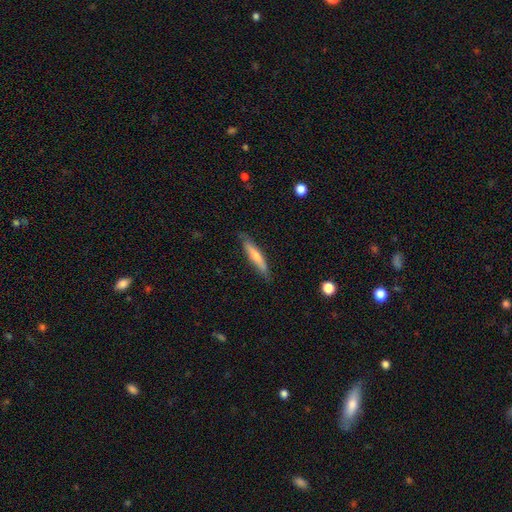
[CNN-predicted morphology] Smooth or featured? Predicted: smooth (p=0.50). How rounded? Predicted: cigar-shaped (p=0.91). Merging? Predicted: none (p=0.85).